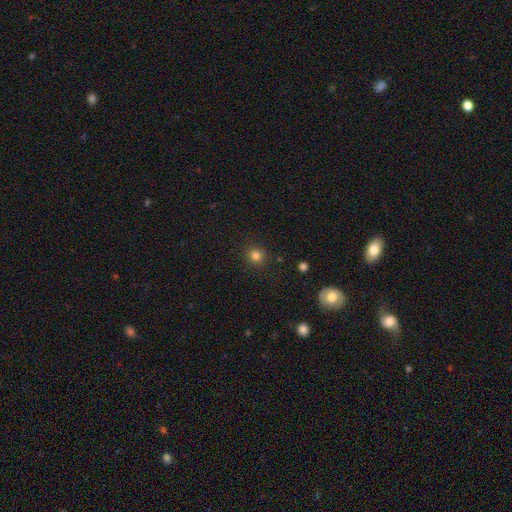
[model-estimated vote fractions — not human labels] Overall: smooth (82%). How rounded: round (91%). Merging: none (90%).